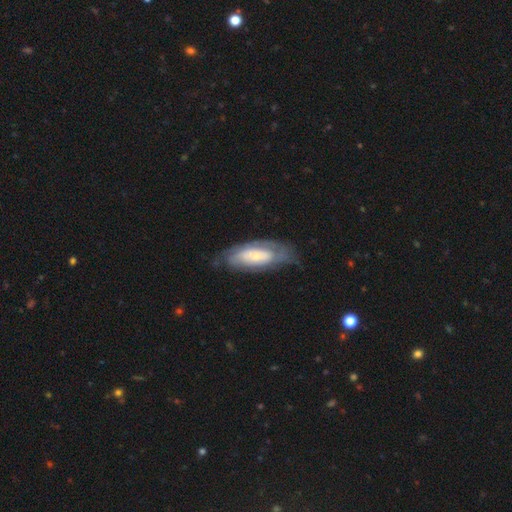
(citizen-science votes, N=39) featured or disk 64%, smooth 36%, star or artifact 0%. Down the decision tree: edge-on disk — no (92%); bar — no (74%); spiral arms — yes (65%); spiral arm count — can't tell (53%); spiral winding — tight (73%); bulge size — small (61%); merging — none (67%).